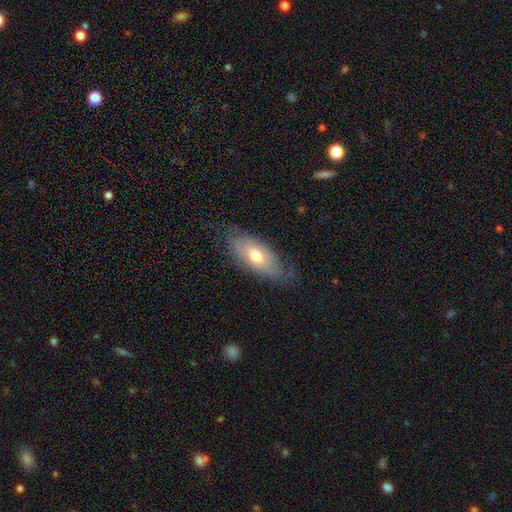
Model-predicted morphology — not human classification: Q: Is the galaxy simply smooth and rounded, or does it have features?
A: smooth — 55%.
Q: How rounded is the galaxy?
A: in between — 87%.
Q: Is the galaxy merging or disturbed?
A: none — 70%.